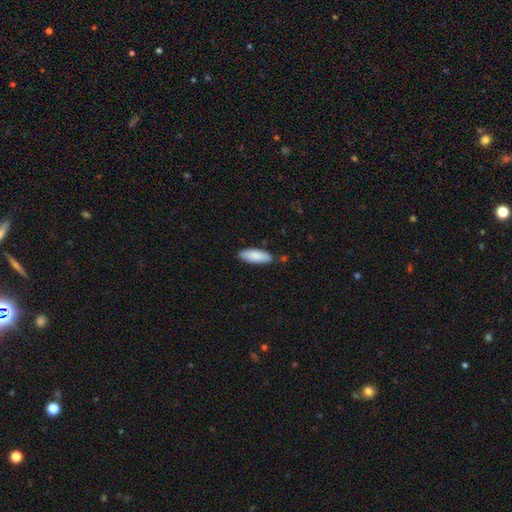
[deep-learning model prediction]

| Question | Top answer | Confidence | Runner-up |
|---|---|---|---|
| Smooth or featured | smooth | 87% | featured or disk (7%) |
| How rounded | in between | 66% | cigar-shaped (32%) |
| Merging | none | 83% | minor disturbance (13%) |